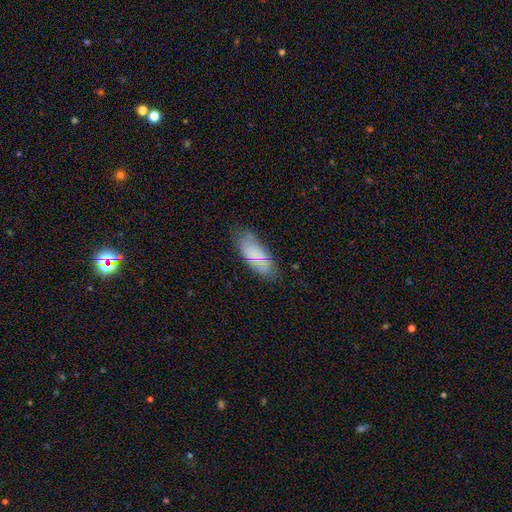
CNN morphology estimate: This is likely a smooth galaxy (67%). How rounded: clearly in between (82%). Merging: likely none (74%).